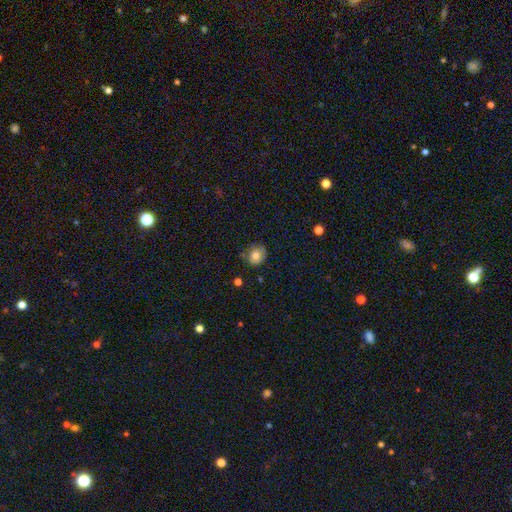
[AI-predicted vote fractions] smooth-or-featured: smooth: 78% | featured or disk: 12% | star or artifact: 10%
  how-rounded: round: 74% | in between: 25% | cigar-shaped: 1%
  merging: none: 71% | minor disturbance: 21% | major disturbance: 4% | merger: 3%